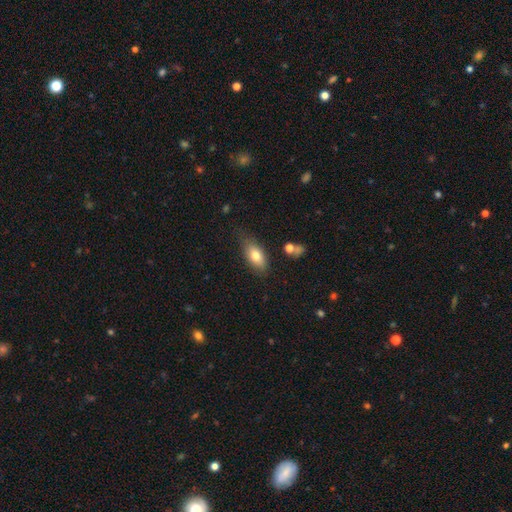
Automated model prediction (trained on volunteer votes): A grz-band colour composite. It shows a smooth galaxy with no disk features (76%) that is in between round and cigar-shaped (86%). Merging: none (70%).